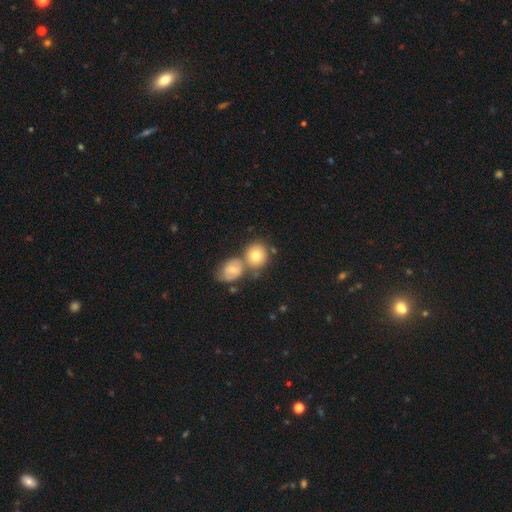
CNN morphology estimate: Smooth or featured?
  - smooth: 75% *
  - featured or disk: 16%
  - star or artifact: 8%
How rounded?
  - round: 74% *
  - in between: 25%
  - cigar-shaped: 1%
Merging?
  - none: 45% *
  - merger: 41%
  - minor disturbance: 10%
  - major disturbance: 4%